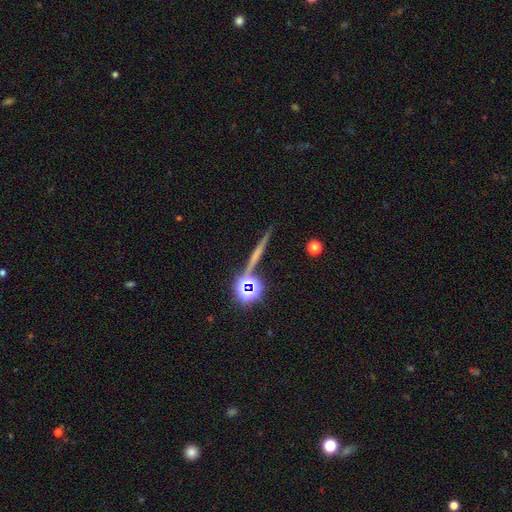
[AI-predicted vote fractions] smooth_or_featured: featured or disk (p=0.41) [alt: smooth p=0.34]
merging: none (p=0.84) [alt: minor disturbance p=0.08]